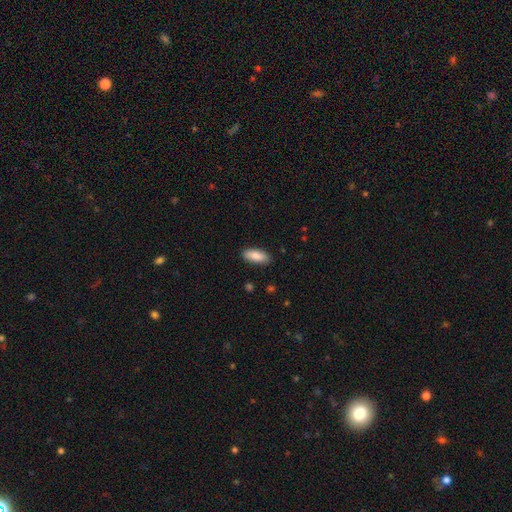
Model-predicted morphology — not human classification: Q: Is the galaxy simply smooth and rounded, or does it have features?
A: smooth — 85%.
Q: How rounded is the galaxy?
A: in between — 80%.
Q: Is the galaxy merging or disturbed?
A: none — 88%.